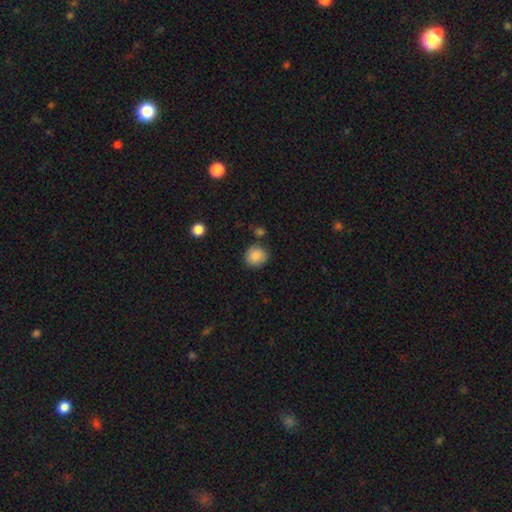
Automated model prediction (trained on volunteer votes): This appears to be a smooth galaxy with no disk features (87%) that is round (85%). Merging: none (79%).